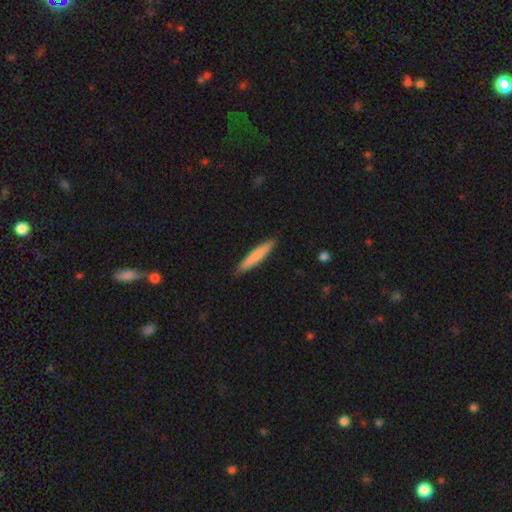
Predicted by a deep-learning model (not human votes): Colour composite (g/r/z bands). It shows a smooth galaxy with no disk features (74%) that is cigar-shaped (93%). Merging: none (89%).